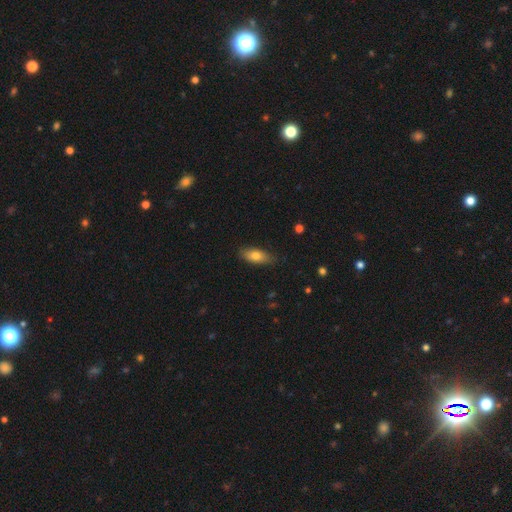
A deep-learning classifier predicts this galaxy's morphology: smooth 74%, featured or disk 19%, star or artifact 7%. Down the decision tree: how rounded — in between (76%); merging — none (81%).